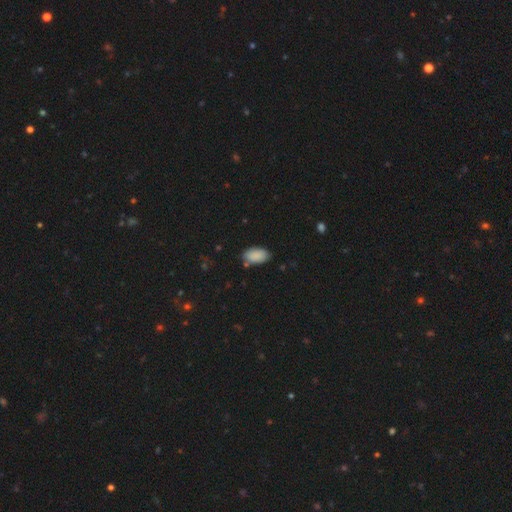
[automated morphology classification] Smooth or featured? Predicted: smooth (p=0.89). How rounded? Predicted: in between (p=0.94). Merging? Predicted: none (p=0.77).